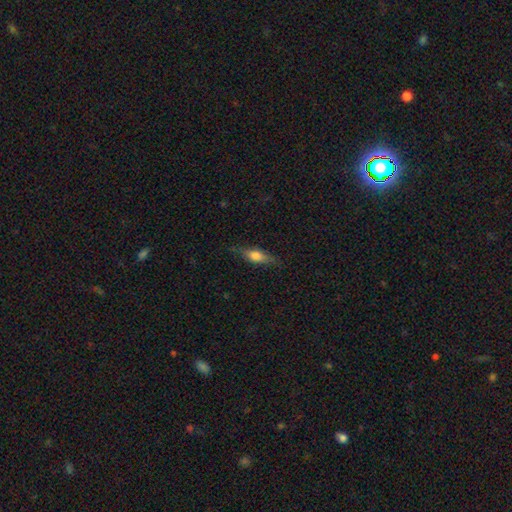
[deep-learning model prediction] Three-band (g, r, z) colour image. It shows a smooth galaxy with no disk features (61%) that is in between round and cigar-shaped (54%). Merging: none (77%).